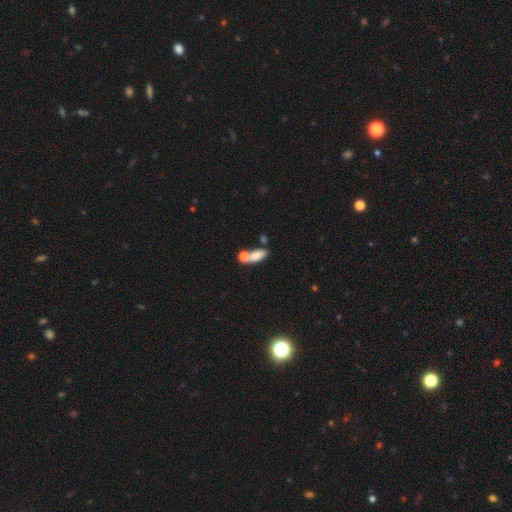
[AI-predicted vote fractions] Smooth or featured: smooth — 77% (featured or disk — 14%)
How rounded: in between — 79% (cigar-shaped — 13%)
Merging: merger — 47% (none — 35%)